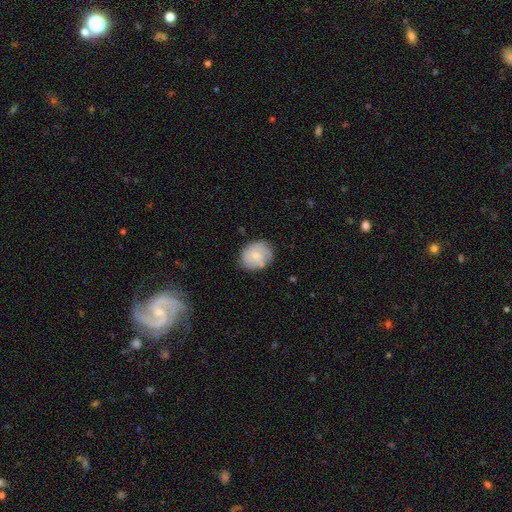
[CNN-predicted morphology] Smooth or featured: smooth — 56% (featured or disk — 37%)
How rounded: round — 69% (in between — 30%)
Merging: none — 69% (minor disturbance — 22%)